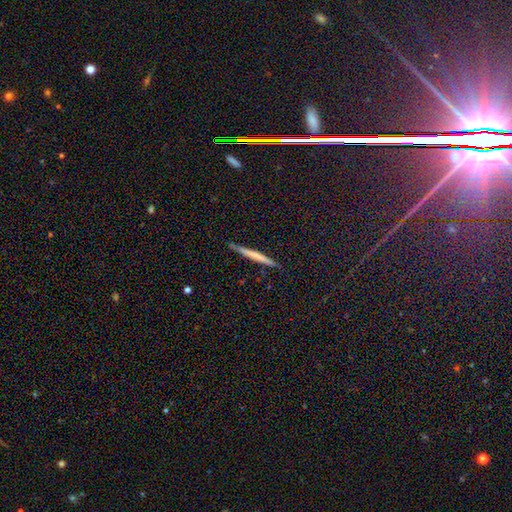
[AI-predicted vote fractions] smooth-or-featured: smooth: 55% | featured or disk: 37% | star or artifact: 8%
  how-rounded: cigar-shaped: 97% | in between: 2% | round: 1%
  merging: none: 88% | minor disturbance: 9% | major disturbance: 2% | merger: 2%